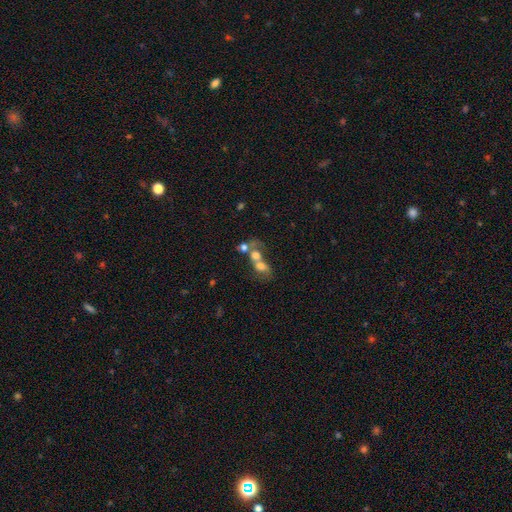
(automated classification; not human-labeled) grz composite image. It shows a smooth galaxy with no disk features (60%) that is in between round and cigar-shaped (53%). Merging: merger (71%).